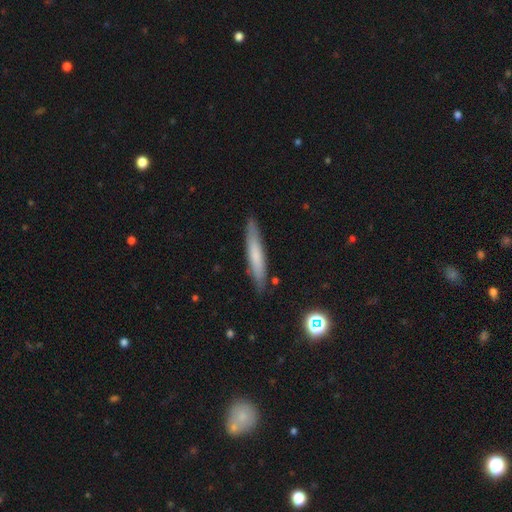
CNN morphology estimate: This is likely a smooth galaxy (65%). How rounded: clearly cigar-shaped (92%). Merging: clearly none (86%).